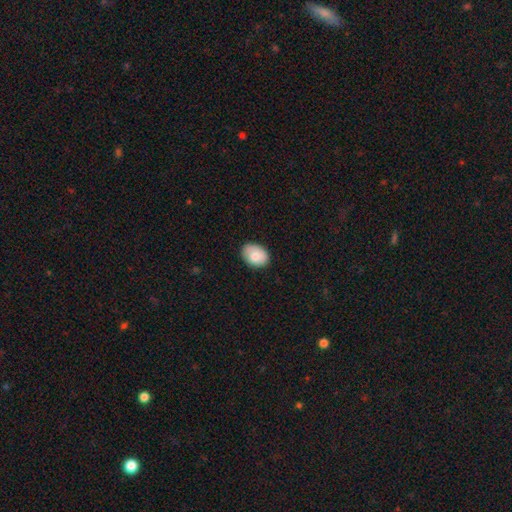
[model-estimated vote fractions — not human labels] This appears to be a smooth galaxy with no disk features (81%) that is in between round and cigar-shaped (73%). Merging: none (80%).